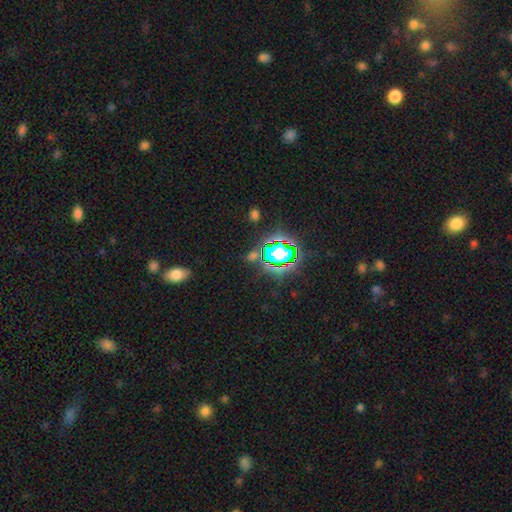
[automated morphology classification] This is likely a star or artifact rather than a galaxy (69%).